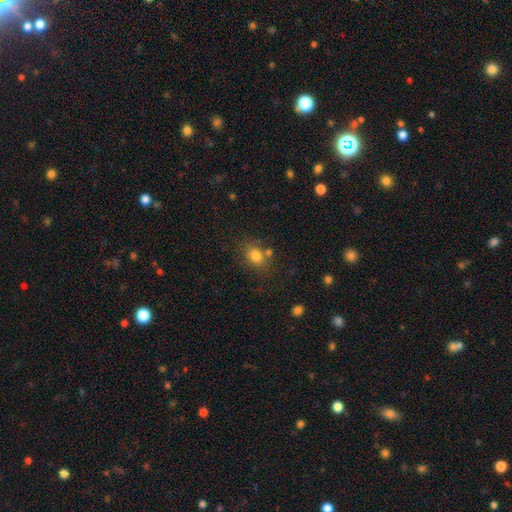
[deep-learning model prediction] Overall: smooth (80%). How rounded: in between (51%; round 47%). Merging: none (67%).